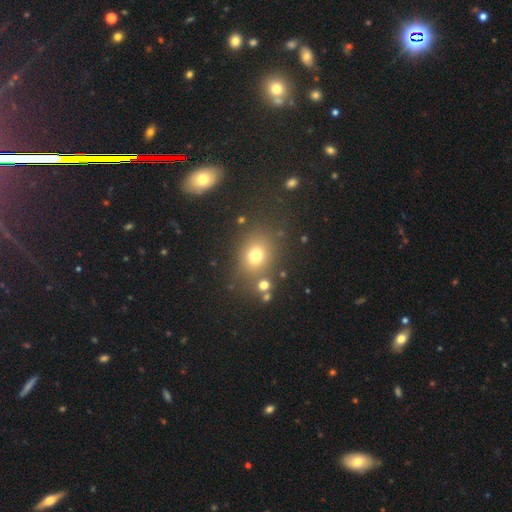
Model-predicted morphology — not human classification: Smooth or featured? Predicted: smooth (p=0.71). How rounded? Predicted: round (p=0.63). Merging? Predicted: none (p=0.76).